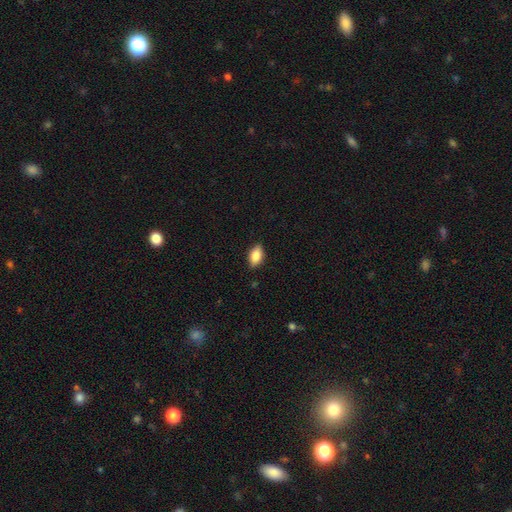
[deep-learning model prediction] A smooth galaxy with no disk features (84%) that is in between round and cigar-shaped (90%). Merging: none (87%).